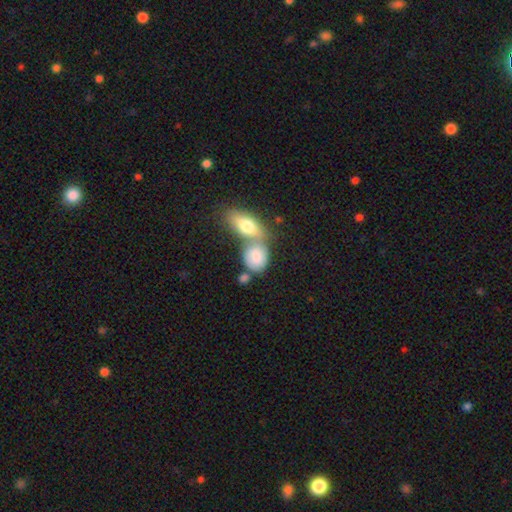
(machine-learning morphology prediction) smooth 77%, featured or disk 15%, star or artifact 8%. Down the decision tree: how rounded — in between (66%); merging — merger (55%).